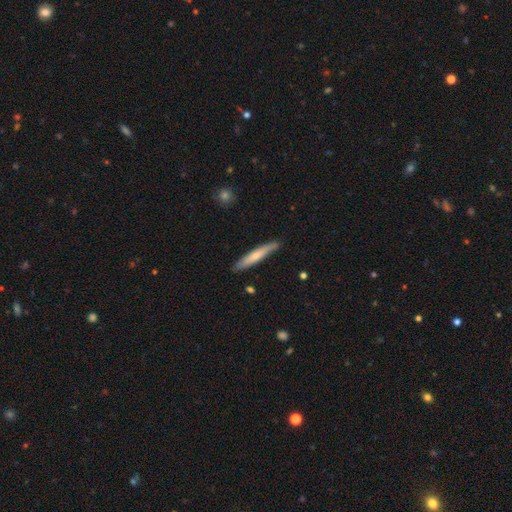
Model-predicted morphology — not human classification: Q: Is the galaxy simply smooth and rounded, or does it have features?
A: smooth — 59%.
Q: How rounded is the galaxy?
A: cigar-shaped — 93%.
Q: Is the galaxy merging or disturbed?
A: none — 85%.